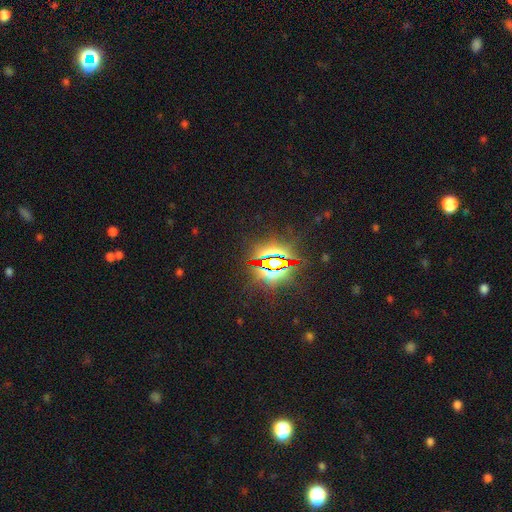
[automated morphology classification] Q: Smooth or featured?
A: star or artifact (85%); runner-up: smooth (8%)